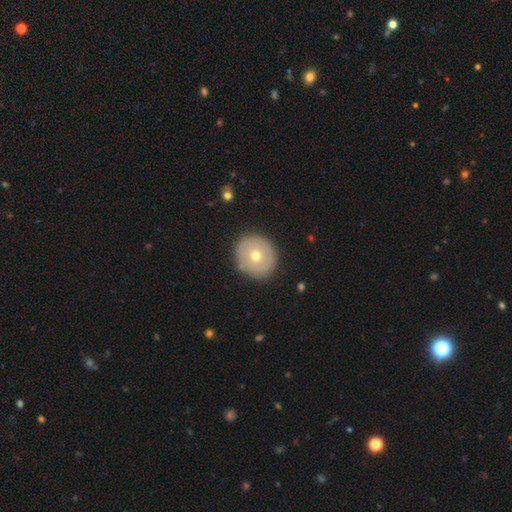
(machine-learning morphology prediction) This appears to be a smooth galaxy with no disk features (58%) that is round (88%). Merging: none (89%).